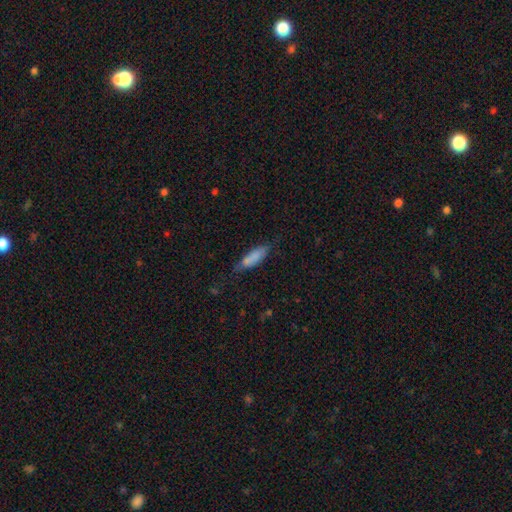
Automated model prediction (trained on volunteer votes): smooth 80%, featured or disk 13%, star or artifact 7%. Down the decision tree: how rounded — cigar-shaped (50%); merging — none (63%).